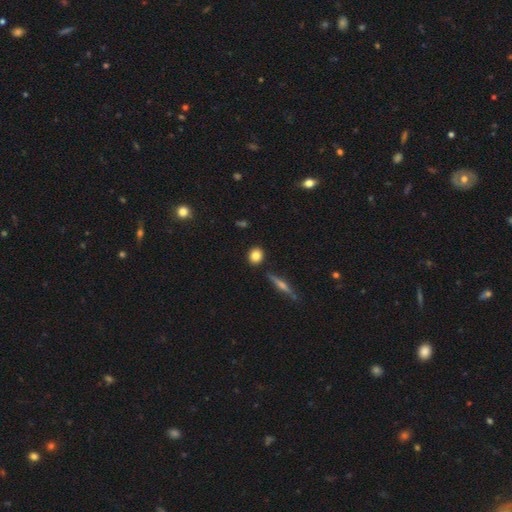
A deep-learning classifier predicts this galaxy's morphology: Smooth or featured? smooth (82%)
How rounded? round (75%)
Merging? none (88%)